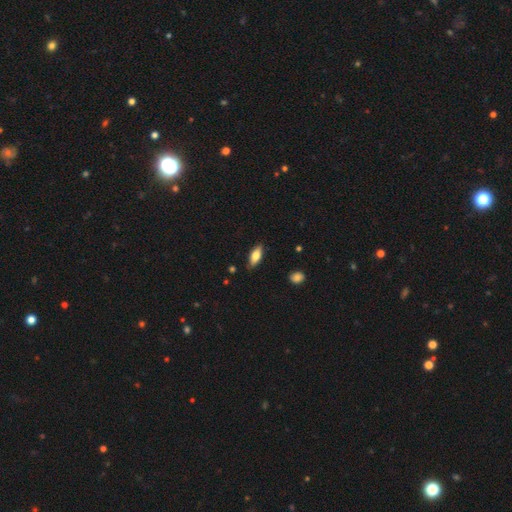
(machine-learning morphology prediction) Smooth or featured?
  - smooth: 71% *
  - featured or disk: 23%
  - star or artifact: 6%
How rounded?
  - in between: 75% *
  - cigar-shaped: 22%
  - round: 3%
Merging?
  - none: 84% *
  - minor disturbance: 12%
  - major disturbance: 2%
  - merger: 1%